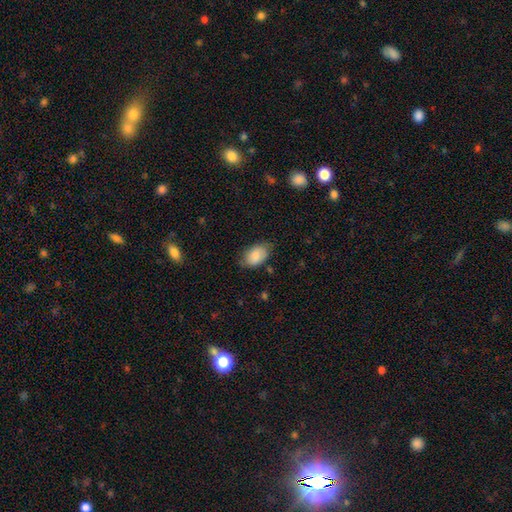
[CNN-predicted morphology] This is clearly a smooth galaxy (85%). How rounded: clearly in between (91%). Merging: likely none (69%).